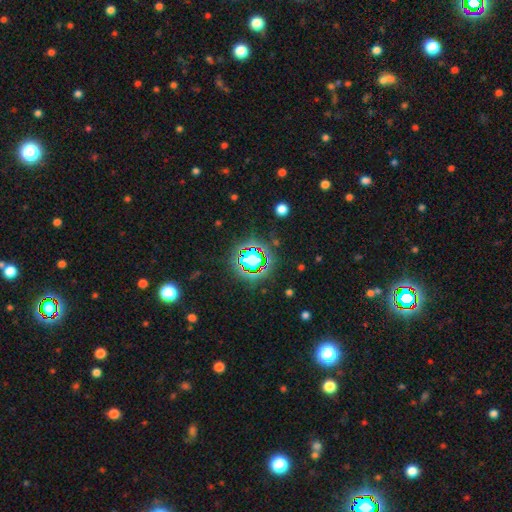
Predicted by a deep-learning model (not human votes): A star or artifact, not a galaxy (82%).

Vote fractions:
- Smooth or featured? star or artifact: 82% / smooth: 11% / featured or disk: 7%